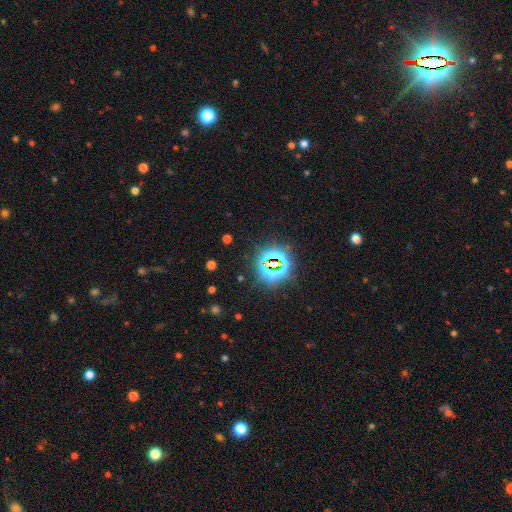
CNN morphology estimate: Smooth or featured? star or artifact (83%)